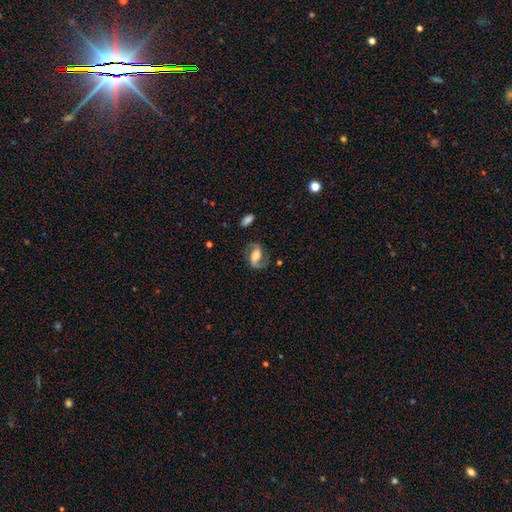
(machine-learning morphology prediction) This appears to be a featured or disk galaxy (82%) with a weak bar (39%), 2 (85%) medium (47%) spiral arms (95%) and a moderate central bulge (54%). Merging: none (72%).